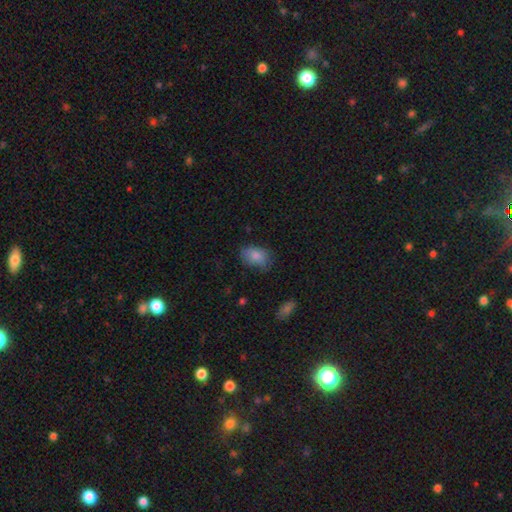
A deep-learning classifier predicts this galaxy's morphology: This appears to be a smooth galaxy with no disk features (83%) that is in between round and cigar-shaped (81%). Merging: none (63%).